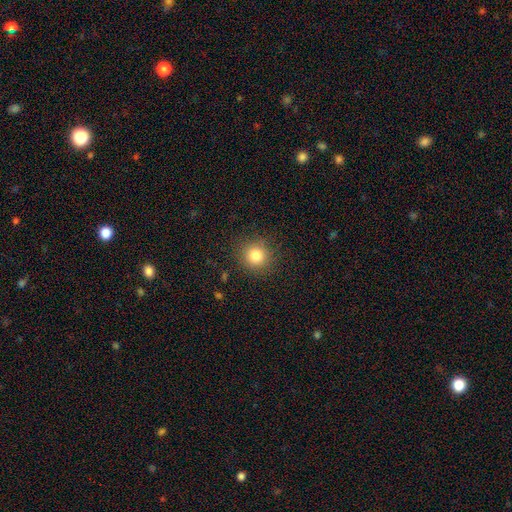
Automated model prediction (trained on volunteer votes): This appears to be a smooth galaxy with no disk features (82%) that is round (91%). Merging: none (88%).